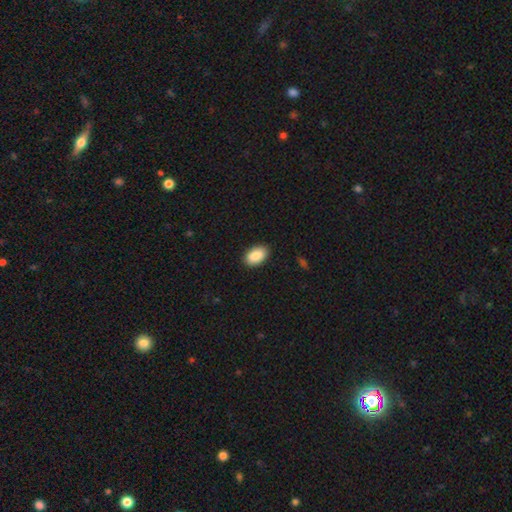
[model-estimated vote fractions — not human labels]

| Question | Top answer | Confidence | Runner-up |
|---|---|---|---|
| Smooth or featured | smooth | 90% | star or artifact (6%) |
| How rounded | in between | 93% | round (5%) |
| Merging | none | 89% | minor disturbance (8%) |